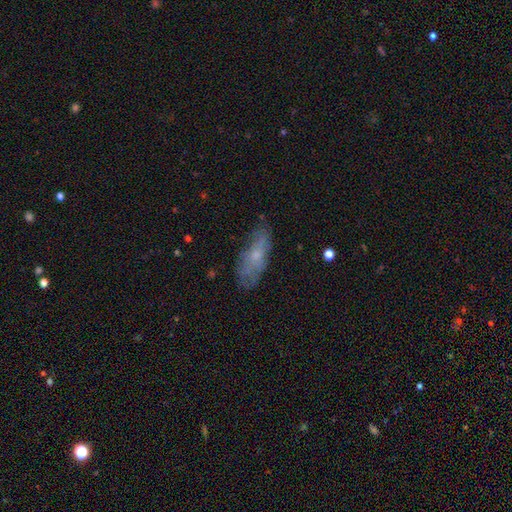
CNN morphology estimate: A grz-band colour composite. It shows a smooth galaxy with no disk features (53%) that is in between round and cigar-shaped (66%). Merging: none (60%).